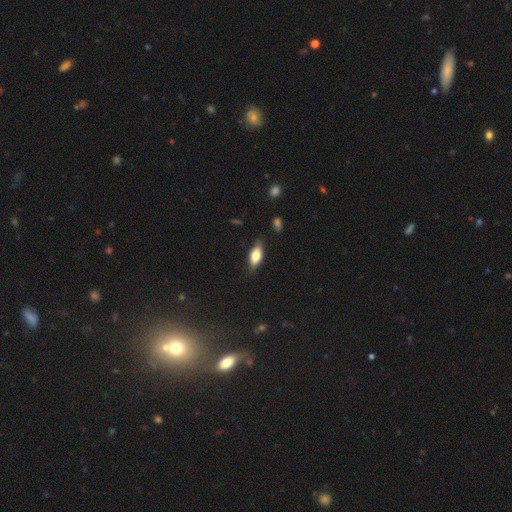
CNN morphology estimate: type=smooth (72%); roundness=in between (82%); merging=none (79%).